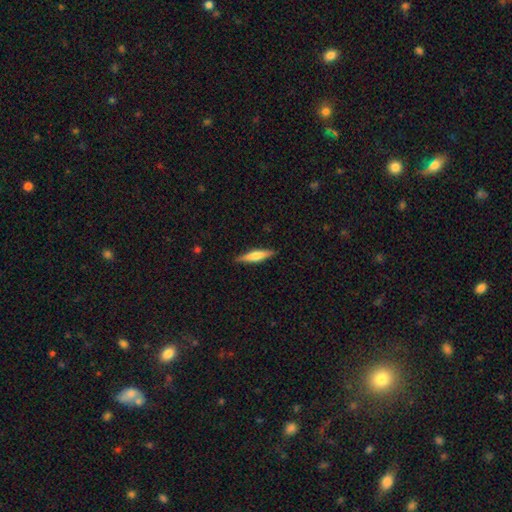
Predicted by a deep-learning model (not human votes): Morphology: type=smooth (52%); roundness=cigar-shaped (83%); merging=none (89%).